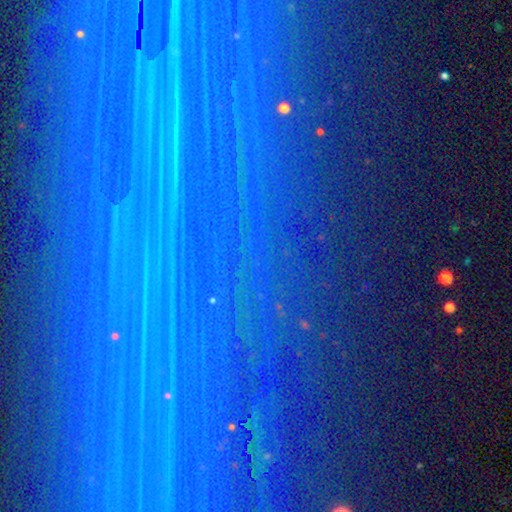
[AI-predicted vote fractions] smooth_or_featured: star or artifact (p=0.86) [alt: smooth p=0.07]